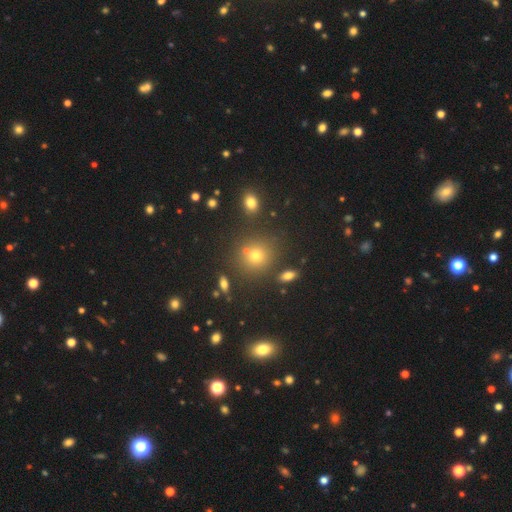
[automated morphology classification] A smooth galaxy with no disk features (60%) that is round (86%).

Vote fractions:
- Smooth or featured? smooth: 60% / star or artifact: 30% / featured or disk: 10%
- How rounded? round: 86% / in between: 13% / cigar-shaped: 1%
- Merging? none: 78% / merger: 10% / minor disturbance: 9% / major disturbance: 3%